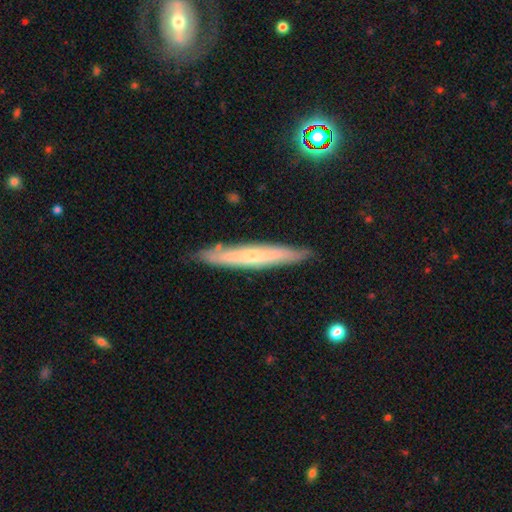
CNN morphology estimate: Smooth or featured?
  - featured or disk: 53% *
  - smooth: 40%
  - star or artifact: 6%
Edge-on disk?
  - yes: 85% *
  - no: 15%
Merging?
  - none: 86% *
  - minor disturbance: 11%
  - major disturbance: 2%
  - merger: 2%